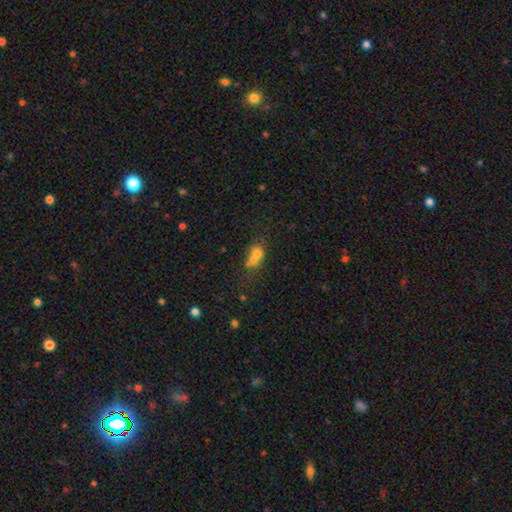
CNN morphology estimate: A smooth galaxy with no disk features (66%) that is round (51%).

Vote fractions:
- Smooth or featured? smooth: 66% / featured or disk: 18% / star or artifact: 16%
- How rounded? round: 51% / in between: 46% / cigar-shaped: 3%
- Merging? merger: 56% / none: 29% / minor disturbance: 10% / major disturbance: 6%